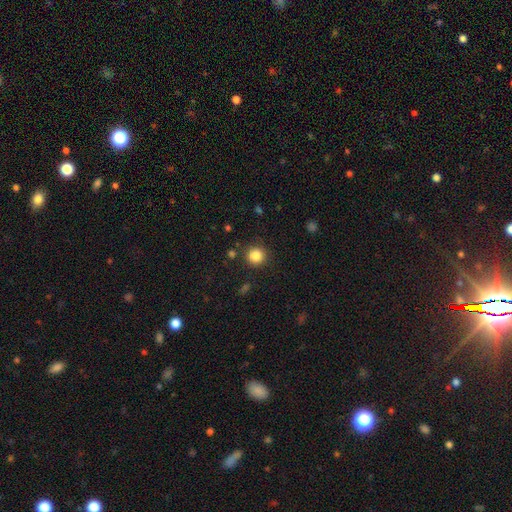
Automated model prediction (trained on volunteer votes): Morphology: type=smooth (84%); roundness=round (93%); merging=none (88%).